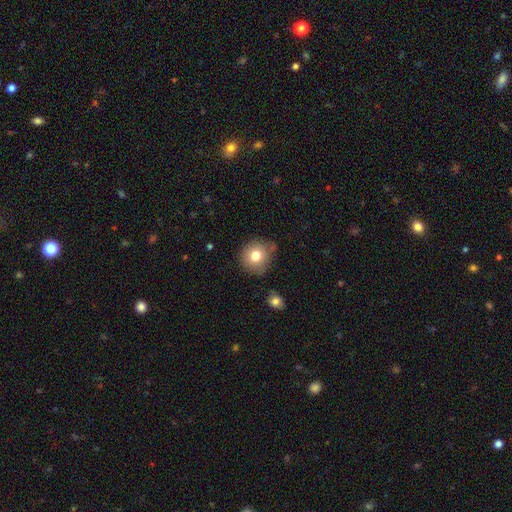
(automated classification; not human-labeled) Smooth or featured? Predicted: smooth (p=0.79). How rounded? Predicted: round (p=0.88). Merging? Predicted: none (p=0.76).